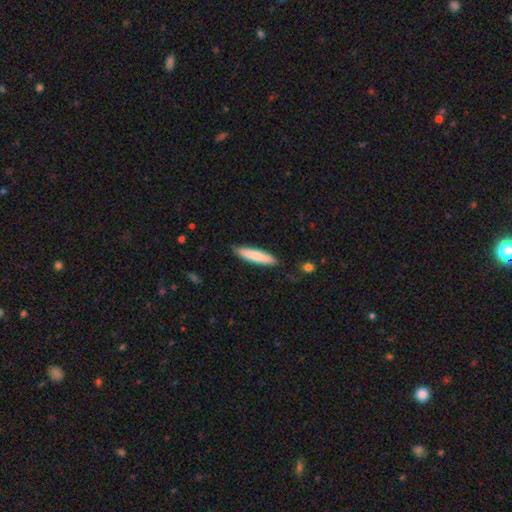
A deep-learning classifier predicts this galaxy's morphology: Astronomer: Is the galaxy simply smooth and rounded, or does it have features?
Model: smooth — 82%.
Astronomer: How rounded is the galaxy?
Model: cigar-shaped — 83%.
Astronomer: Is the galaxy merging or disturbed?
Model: none — 84%.